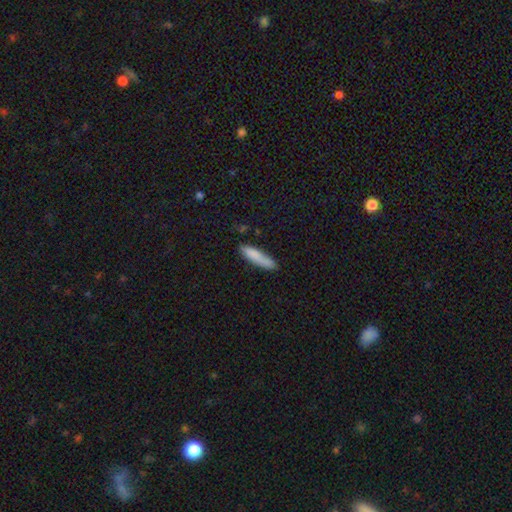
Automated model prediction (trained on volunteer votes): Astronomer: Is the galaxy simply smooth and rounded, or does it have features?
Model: smooth — 83%.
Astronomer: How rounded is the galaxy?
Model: cigar-shaped — 80%.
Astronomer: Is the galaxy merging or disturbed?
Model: none — 74%.